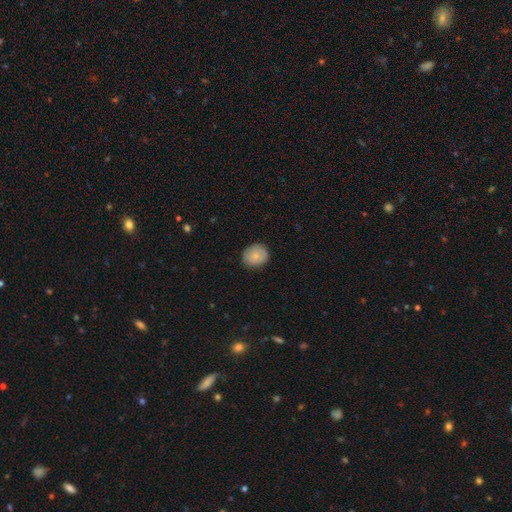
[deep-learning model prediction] The model was most divided on "how rounded": round: 73%, in between: 26%, cigar-shaped: 1%. More confident: merging — none (84%); smooth or featured — smooth (77%).